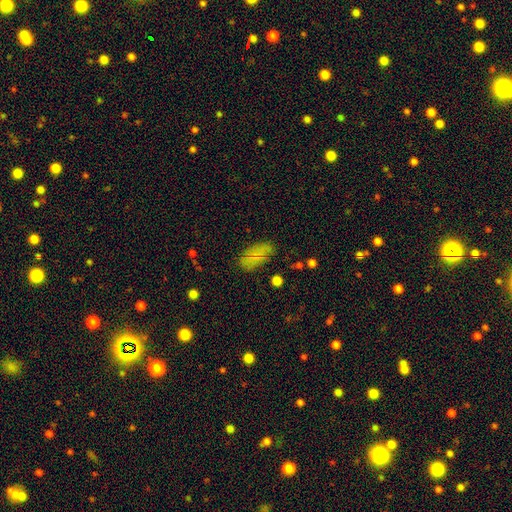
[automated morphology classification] smooth-or-featured: smooth: 77% | star or artifact: 11% | featured or disk: 11%
  how-rounded: in between: 88% | cigar-shaped: 9% | round: 3%
  merging: none: 73% | minor disturbance: 18% | major disturbance: 7% | merger: 2%